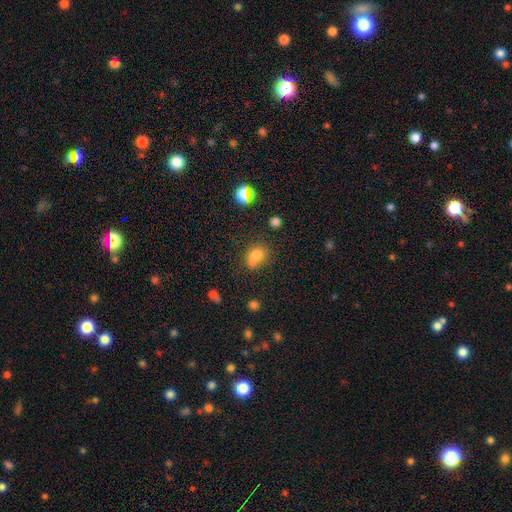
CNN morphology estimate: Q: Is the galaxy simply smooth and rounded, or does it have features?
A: smooth — 73%.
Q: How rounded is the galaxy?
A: in between — 64%.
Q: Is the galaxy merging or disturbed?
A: none — 42%.